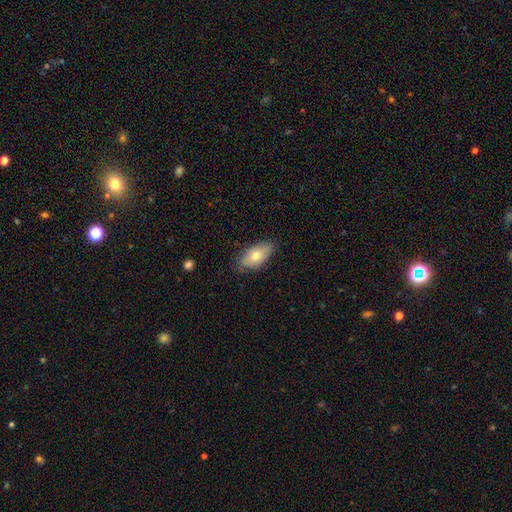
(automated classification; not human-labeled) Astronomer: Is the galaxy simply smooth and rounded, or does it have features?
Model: smooth — 69%.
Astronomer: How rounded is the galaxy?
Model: in between — 91%.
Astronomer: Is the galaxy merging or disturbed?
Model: none — 78%.